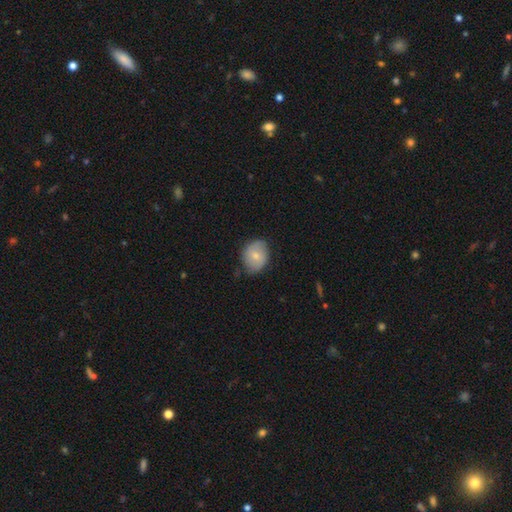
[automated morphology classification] smooth_or_featured: smooth (p=0.68) [alt: featured or disk p=0.25]
how_rounded: round (p=0.57) [alt: in between p=0.42]
merging: none (p=0.69) [alt: minor disturbance p=0.25]